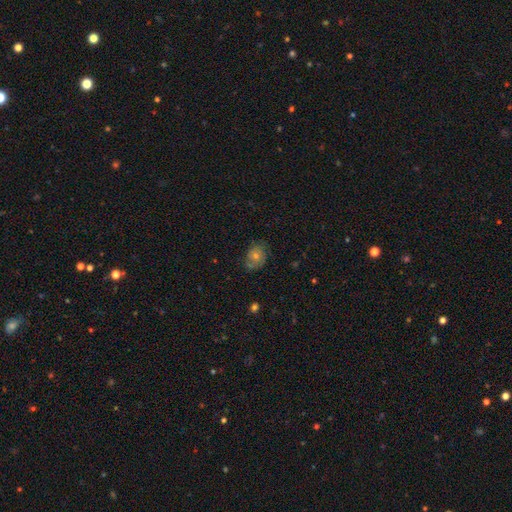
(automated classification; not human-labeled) The model was most divided on "smooth or featured": smooth: 44%, featured or disk: 42%, star or artifact: 14%. More confident: merging — none (72%).